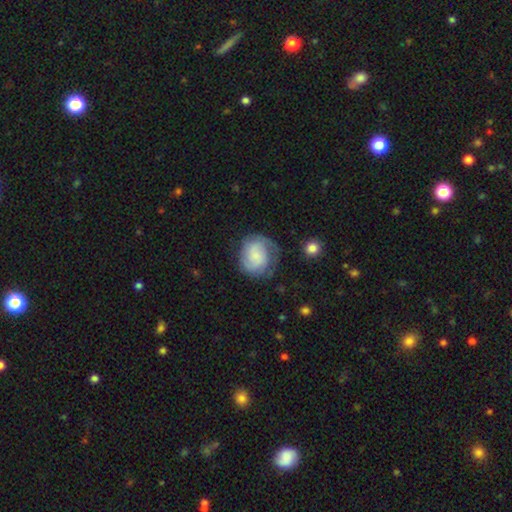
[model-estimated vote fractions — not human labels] The model was most divided on "bulge size": small: 40%, none: 30%, moderate: 18%, large: 9%, dominant: 3%. More confident: edge-on disk — no (98%); spiral arms — yes (90%); merging — none (63%); bar — no (61%); smooth or featured — featured or disk (57%).